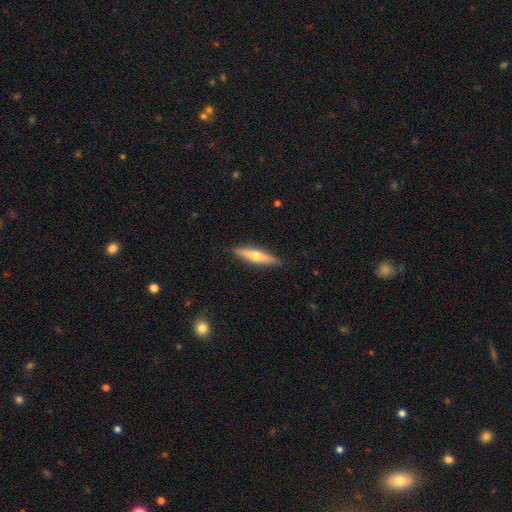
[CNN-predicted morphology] This is possibly a featured or disk galaxy (55%). It is clearly viewed edge-on (94%). Edge-on bulge: clearly rounded (92%). Merging: clearly none (90%).